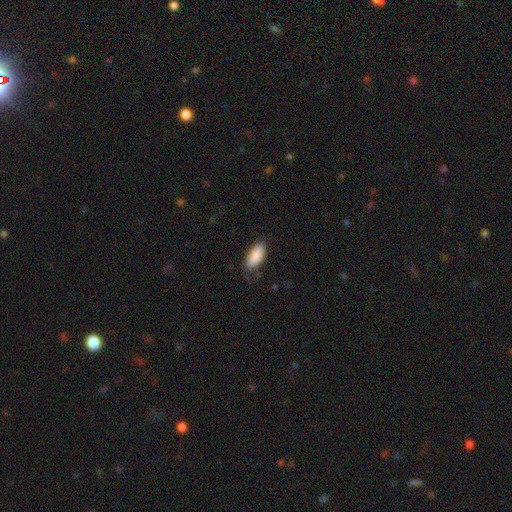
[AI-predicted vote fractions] Morphology: type=smooth (88%); roundness=in between (87%); merging=none (79%).